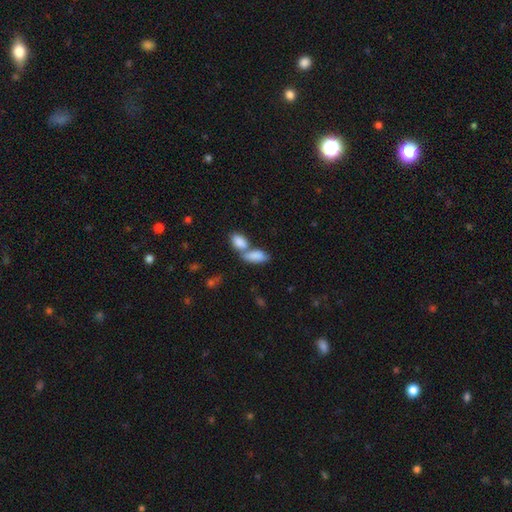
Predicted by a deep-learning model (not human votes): smooth 85%, featured or disk 8%, star or artifact 7%. Down the decision tree: how rounded — in between (90%); merging — merger (59%).